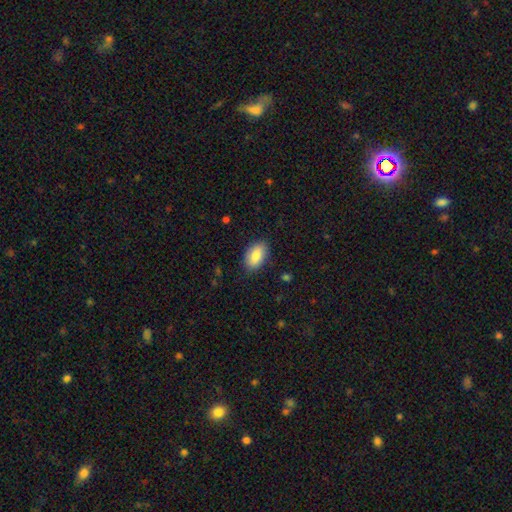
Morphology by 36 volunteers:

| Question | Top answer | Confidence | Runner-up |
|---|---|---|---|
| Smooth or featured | smooth | 86% | featured or disk (11%) |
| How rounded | in between | 94% | round (3%) |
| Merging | none | 83% | minor disturbance (11%) |